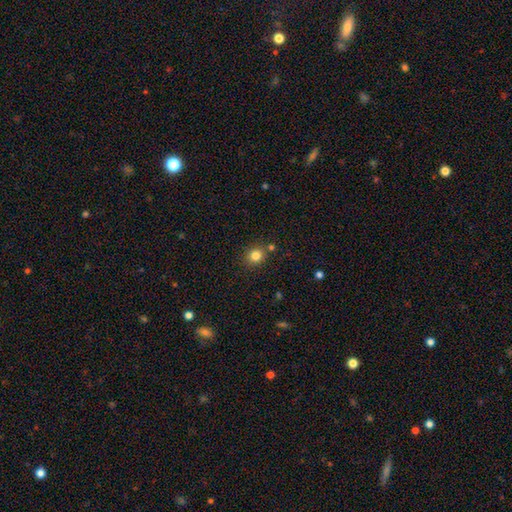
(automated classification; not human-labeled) Morphology: type=smooth (82%); roundness=round (80%); merging=none (80%).